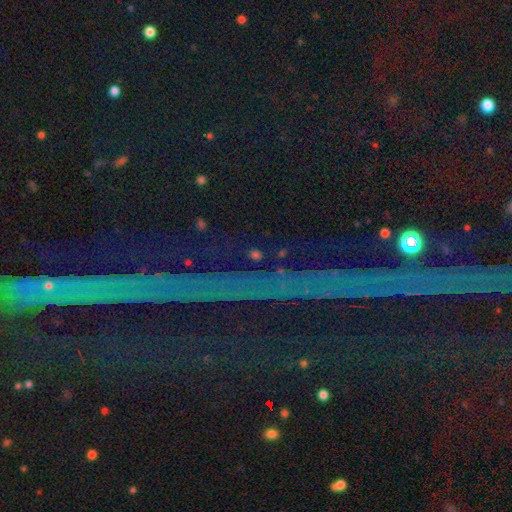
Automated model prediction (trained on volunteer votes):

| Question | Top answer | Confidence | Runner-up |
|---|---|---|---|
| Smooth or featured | star or artifact | 73% | smooth (15%) |